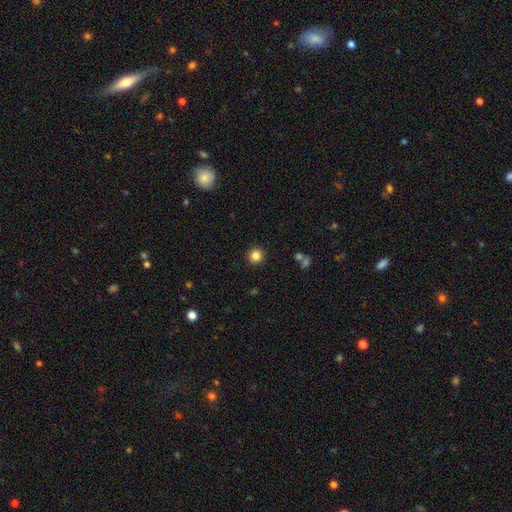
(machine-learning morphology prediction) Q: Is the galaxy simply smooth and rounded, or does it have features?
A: smooth — 84%.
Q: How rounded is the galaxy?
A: round — 94%.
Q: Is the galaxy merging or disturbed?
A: none — 92%.